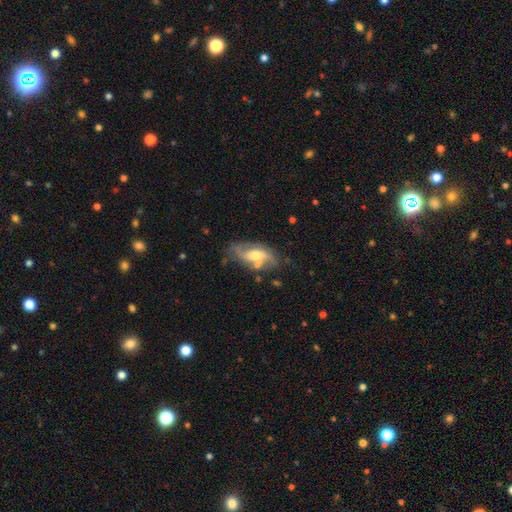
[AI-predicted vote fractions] Q: Smooth or featured?
A: featured or disk (73%); runner-up: smooth (20%)
Q: Edge-on disk?
A: no (91%); runner-up: yes (9%)
Q: Bar?
A: weak (44%); runner-up: no (40%)
Q: Spiral arms?
A: yes (89%); runner-up: no (11%)
Q: Spiral winding?
A: loose (49%); runner-up: medium (38%)
Q: Spiral arm count?
A: 2 (78%); runner-up: can't tell (10%)
Q: Bulge size?
A: moderate (65%); runner-up: small (20%)
Q: Merging?
A: none (61%); runner-up: minor disturbance (22%)